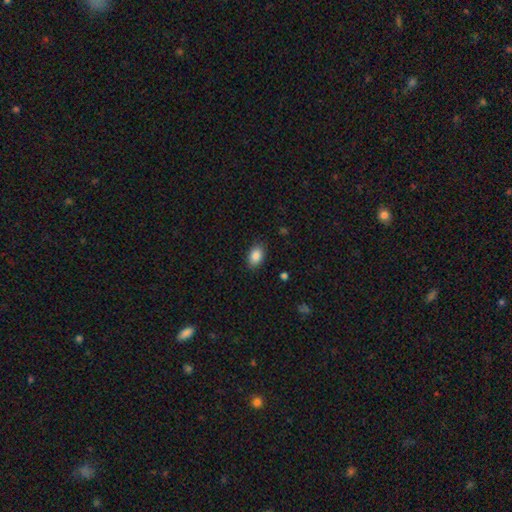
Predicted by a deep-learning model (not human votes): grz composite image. It shows a smooth galaxy with no disk features (88%) that is in between round and cigar-shaped (89%). Merging: none (86%).